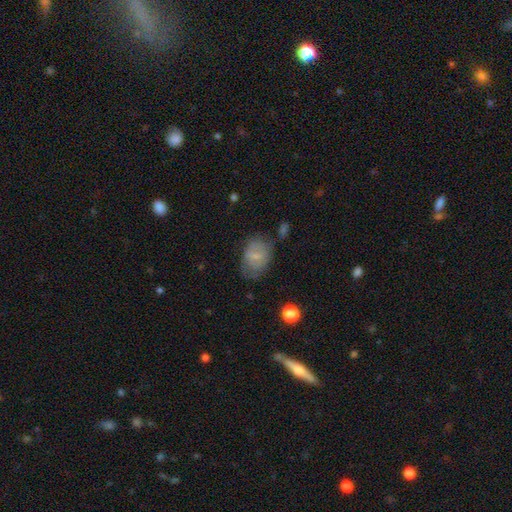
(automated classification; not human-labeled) A smooth galaxy with no disk features (61%) that is in between round and cigar-shaped (76%). Merging: none (60%).